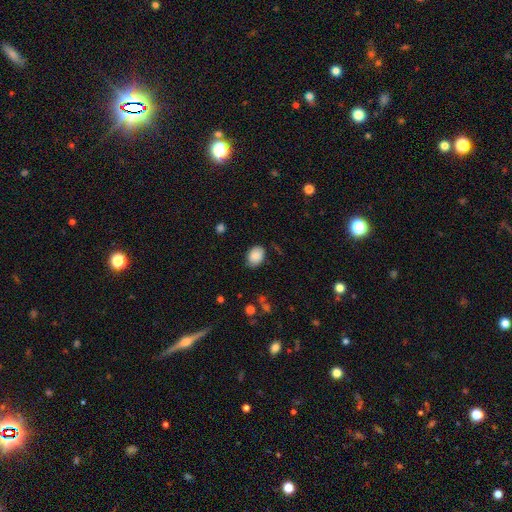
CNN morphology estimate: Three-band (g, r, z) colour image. It shows a smooth galaxy with no disk features (83%) that is in between round and cigar-shaped (76%). Merging: none (73%).